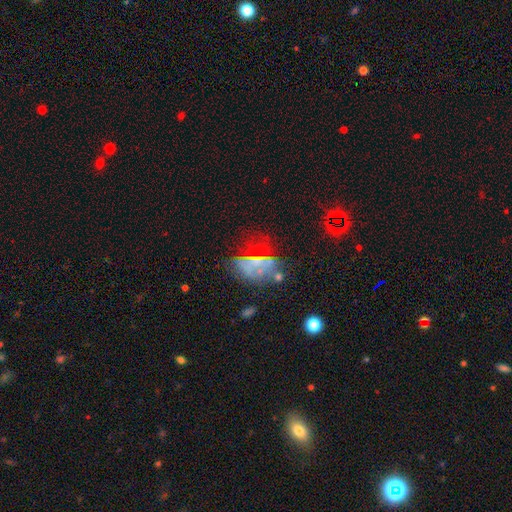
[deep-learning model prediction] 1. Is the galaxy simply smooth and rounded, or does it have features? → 36% smooth, 34% star or artifact, 30% featured or disk.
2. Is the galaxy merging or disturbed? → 51% none, 21% minor disturbance, 19% major disturbance, 9% merger.